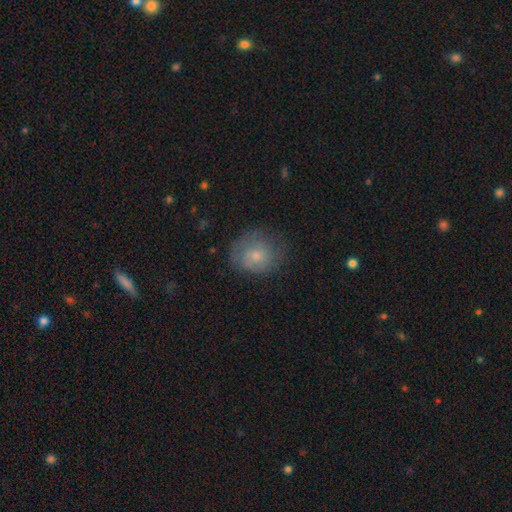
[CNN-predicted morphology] A smooth galaxy with no disk features (62%) that is round (76%). Merging: none (67%).